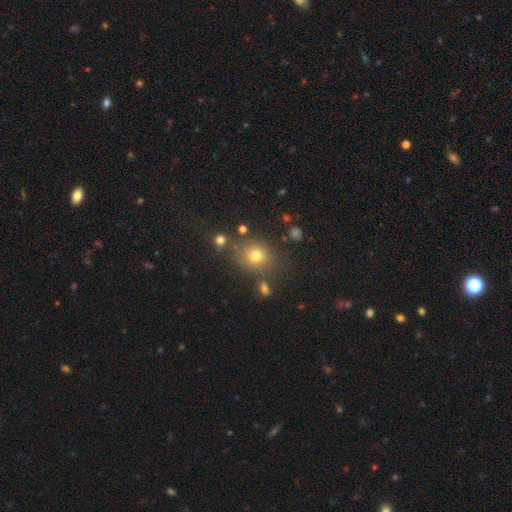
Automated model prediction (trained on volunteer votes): Overall: smooth (73%). How rounded: round (77%). Merging: none (77%).